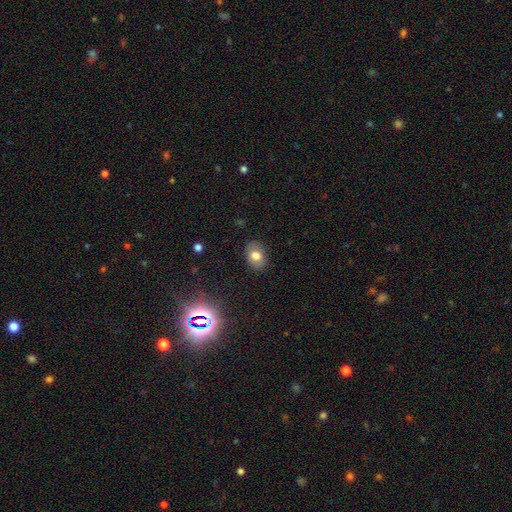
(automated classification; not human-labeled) Smooth or featured? Predicted: smooth (p=0.75). How rounded? Predicted: in between (p=0.75). Merging? Predicted: none (p=0.85).